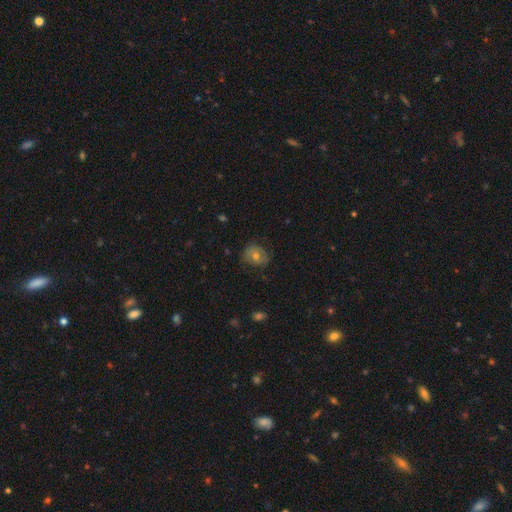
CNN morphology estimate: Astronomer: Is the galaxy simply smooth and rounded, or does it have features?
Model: smooth — 53% (runner-up: featured or disk, 33%).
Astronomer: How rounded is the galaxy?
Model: round — 63%.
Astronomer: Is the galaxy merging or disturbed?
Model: none — 73%.